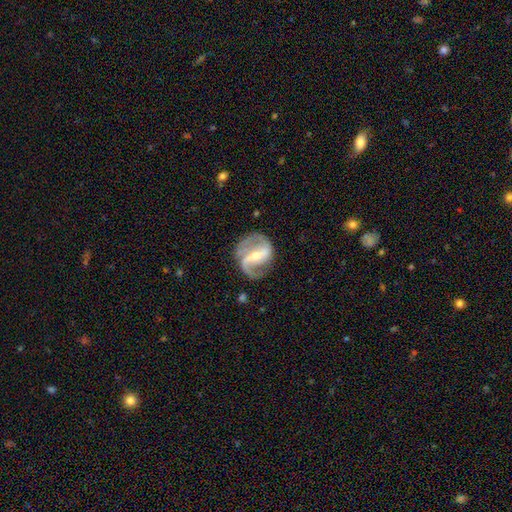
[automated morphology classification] A featured or disk galaxy (90%) with a strong bar (54%), 2 (88%) medium (48%) spiral arms (96%) and a small central bulge (49%).

Vote fractions:
- Smooth or featured? featured or disk: 90% / smooth: 5% / star or artifact: 5%
- Edge-on disk? no: 97% / yes: 3%
- Bar? strong: 54% / weak: 33% / no: 13%
- Spiral arms? yes: 96% / no: 4%
- Spiral winding? medium: 48% / loose: 37% / tight: 15%
- Spiral arm count? 2: 88% / 1: 4% / can't tell: 3% / 3: 3% / 4: 1% / more than 4: 1%
- Bulge size? small: 49% / moderate: 46% / large: 2% / none: 2% / dominant: 1%
- Merging? none: 75% / minor disturbance: 15% / major disturbance: 8% / merger: 2%